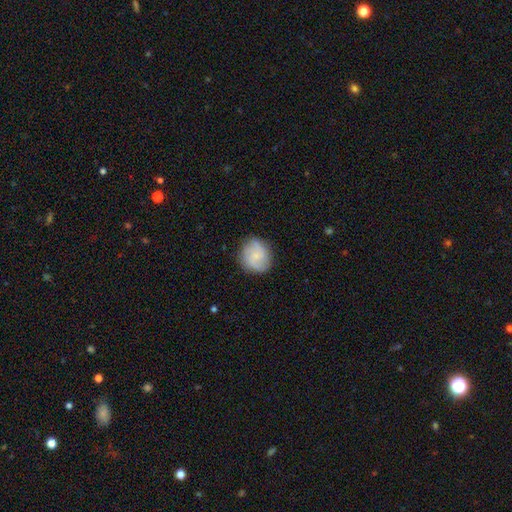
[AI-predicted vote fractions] Smooth or featured? smooth (50%)
Merging? none (82%)